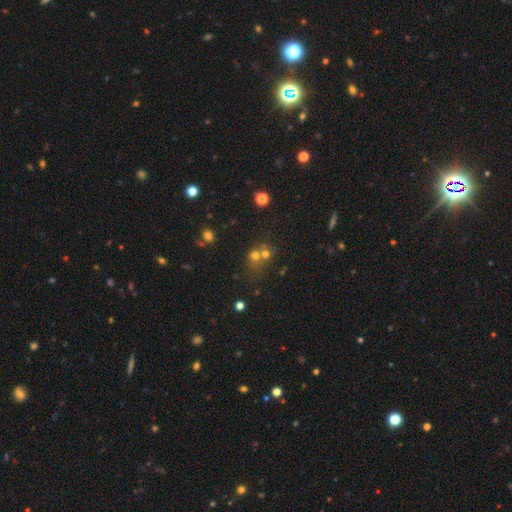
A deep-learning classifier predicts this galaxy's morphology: type=smooth (61%); roundness=round (80%); merging=merger (49%).